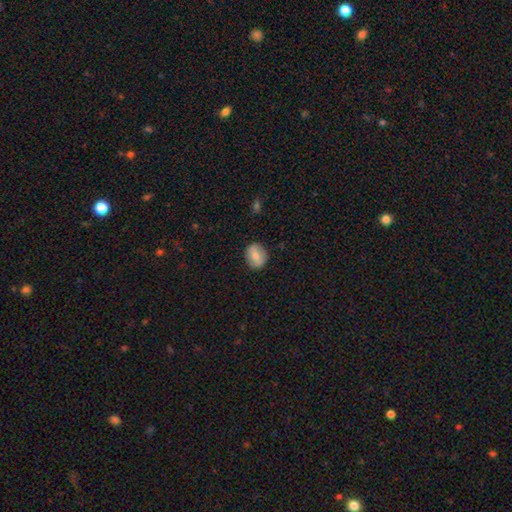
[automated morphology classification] This is likely a smooth galaxy (67%). How rounded: likely round (67%). Merging: clearly none (86%).